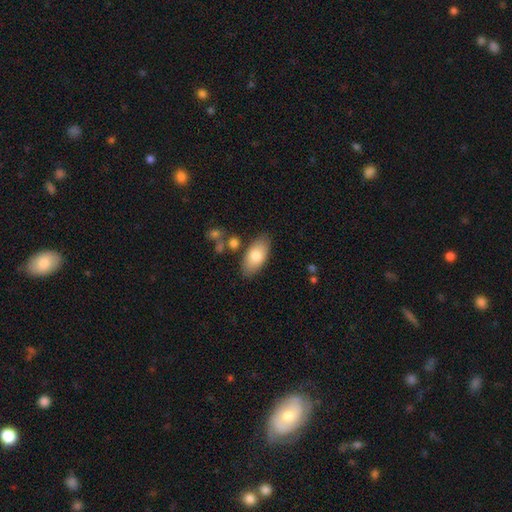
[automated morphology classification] A smooth galaxy with no disk features (79%) that is in between round and cigar-shaped (92%).

Vote fractions:
- Smooth or featured? smooth: 79% / featured or disk: 15% / star or artifact: 6%
- How rounded? in between: 92% / cigar-shaped: 5% / round: 3%
- Merging? none: 81% / minor disturbance: 12% / merger: 4% / major disturbance: 3%